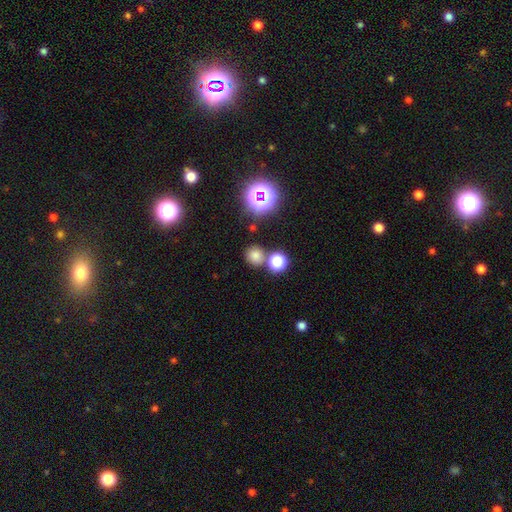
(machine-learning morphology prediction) smooth-or-featured: smooth: 72% | star or artifact: 22% | featured or disk: 6%
  how-rounded: round: 88% | in between: 11% | cigar-shaped: 1%
  merging: none: 73% | merger: 16% | minor disturbance: 8% | major disturbance: 3%